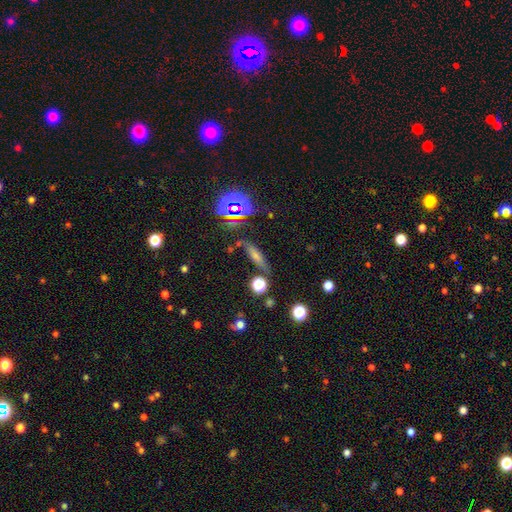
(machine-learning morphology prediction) A smooth galaxy with no disk features (37%).

Vote fractions:
- Smooth or featured? smooth: 37% / star or artifact: 33% / featured or disk: 30%
- Merging? none: 75% / minor disturbance: 14% / merger: 6% / major disturbance: 6%